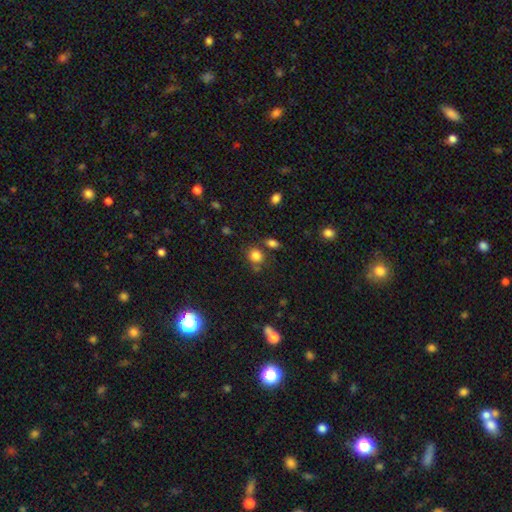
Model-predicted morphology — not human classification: Overall: smooth (82%). How rounded: round (73%). Merging: none (68%).